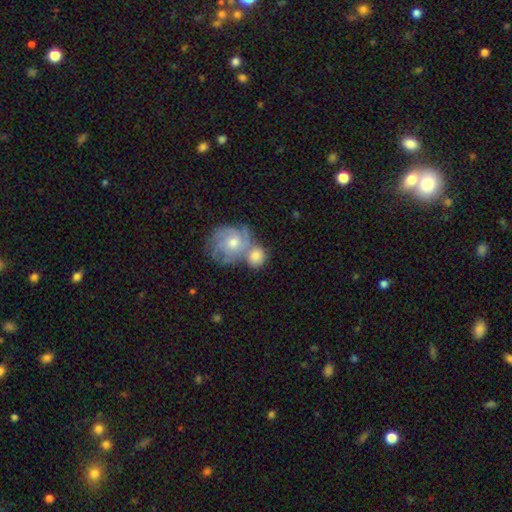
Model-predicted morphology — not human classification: This is possibly a smooth galaxy (59%). How rounded: likely round (71%). Merging: possibly merger (45%).